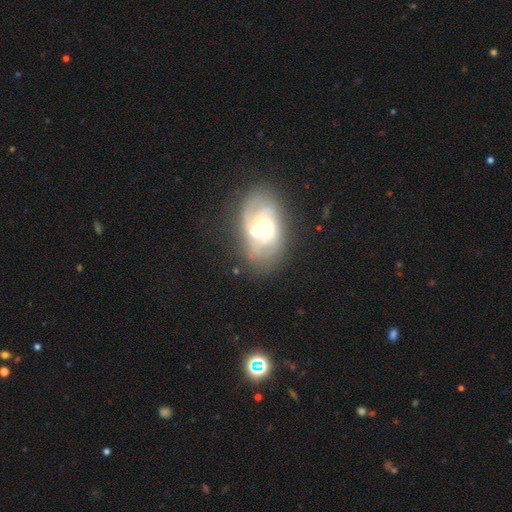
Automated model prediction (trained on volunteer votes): This is possibly a featured or disk galaxy (54%). It is clearly not viewed edge-on (91%). Merging: likely none (73%).